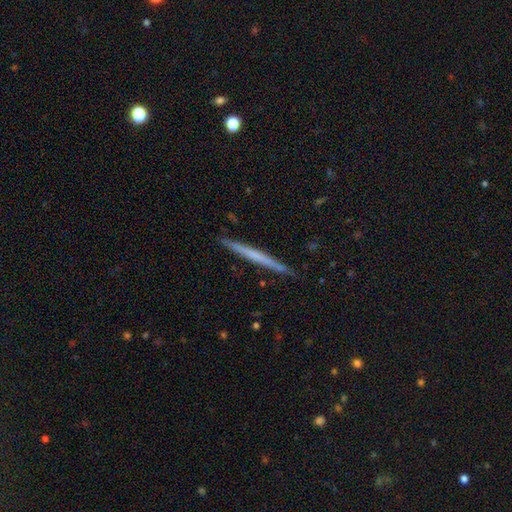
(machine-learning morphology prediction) smooth_or_featured: featured or disk (p=0.51) [alt: smooth p=0.44]
disk_edge_on: yes (p=0.98) [alt: no p=0.02]
merging: none (p=0.91) [alt: minor disturbance p=0.06]